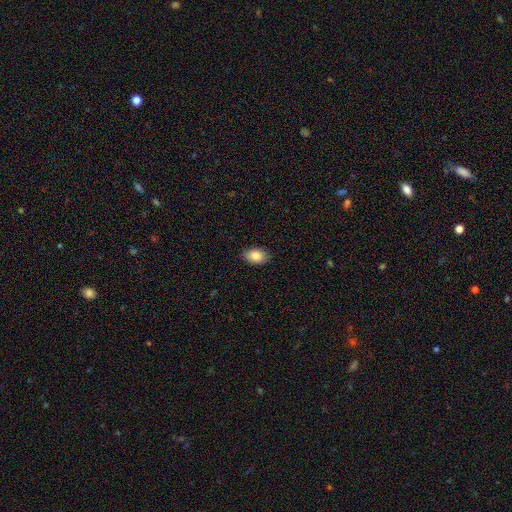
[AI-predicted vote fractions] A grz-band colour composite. It shows a smooth galaxy with no disk features (85%) that is in between round and cigar-shaped (86%). Merging: none (88%).